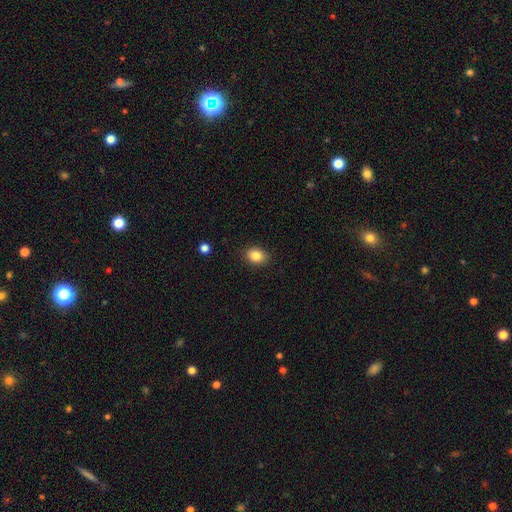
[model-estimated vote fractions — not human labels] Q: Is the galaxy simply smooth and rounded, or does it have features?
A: smooth — 85%.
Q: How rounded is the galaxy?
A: in between — 64%.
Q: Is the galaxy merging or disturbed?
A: none — 88%.